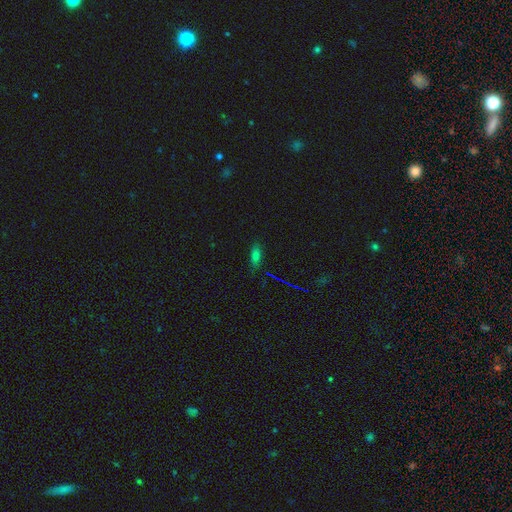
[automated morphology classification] This is likely a smooth galaxy (65%). How rounded: likely in between (73%). Merging: clearly none (82%).